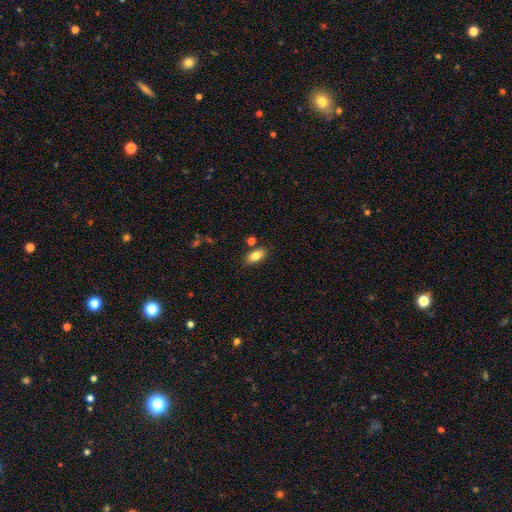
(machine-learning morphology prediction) type=smooth (81%); roundness=in between (90%); merging=none (82%).